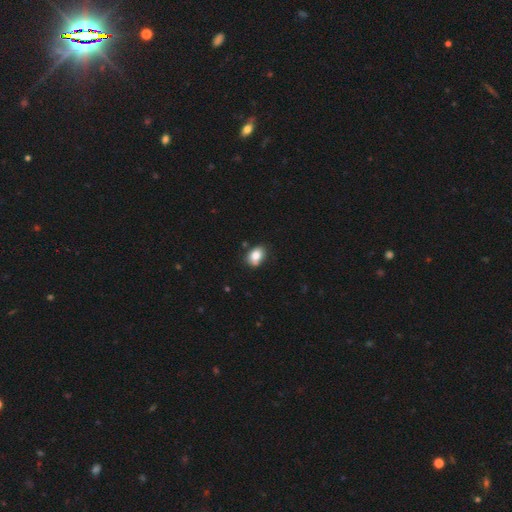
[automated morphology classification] A smooth galaxy with no disk features (83%) that is in between round and cigar-shaped (73%). Merging: none (71%).